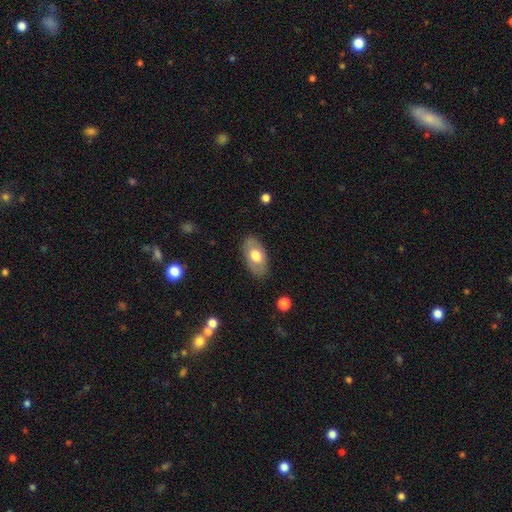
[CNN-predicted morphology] Smooth or featured? smooth (63%)
How rounded? in between (92%)
Merging? none (84%)